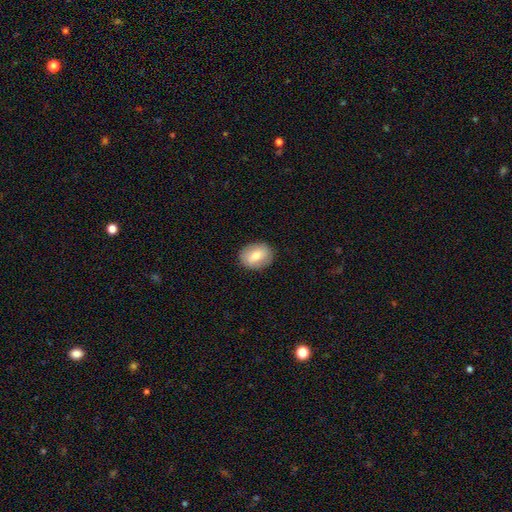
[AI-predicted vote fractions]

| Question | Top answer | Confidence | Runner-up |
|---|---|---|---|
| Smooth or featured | smooth | 71% | featured or disk (22%) |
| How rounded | in between | 59% | round (40%) |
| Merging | none | 86% | minor disturbance (10%) |